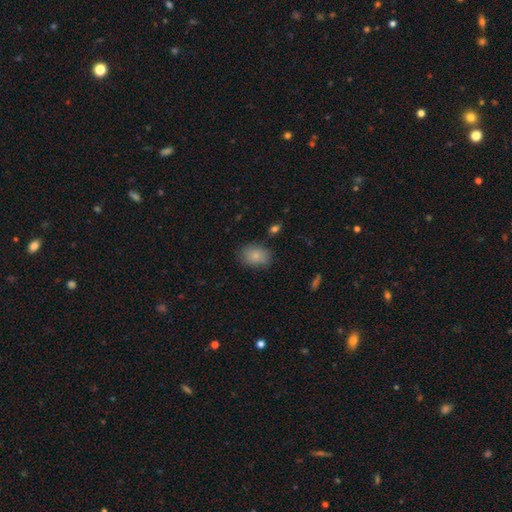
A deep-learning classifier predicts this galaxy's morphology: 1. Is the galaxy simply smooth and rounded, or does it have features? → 83% smooth, 9% featured or disk, 8% star or artifact.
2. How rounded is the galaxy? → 75% in between, 24% round, 1% cigar-shaped.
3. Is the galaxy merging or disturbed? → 78% none, 16% minor disturbance, 4% major disturbance, 2% merger.